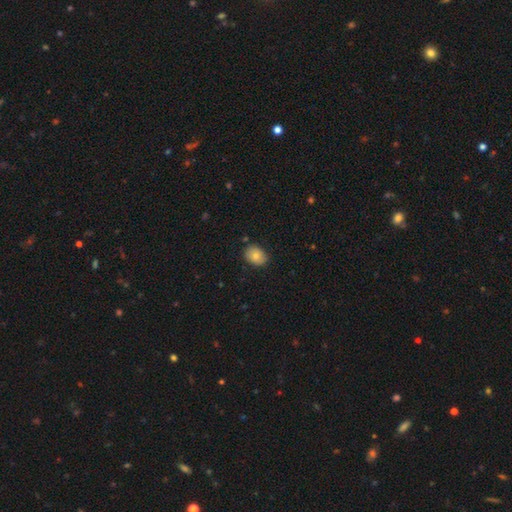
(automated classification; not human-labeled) Smooth or featured: smooth — 78% (featured or disk — 13%)
How rounded: in between — 67% (round — 32%)
Merging: none — 81% (minor disturbance — 15%)